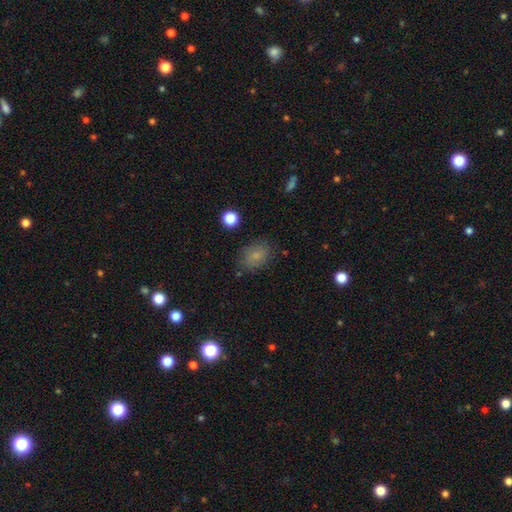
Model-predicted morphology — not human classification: This appears to be a smooth galaxy with no disk features (78%) that is in between round and cigar-shaped (66%). Merging: none (78%).